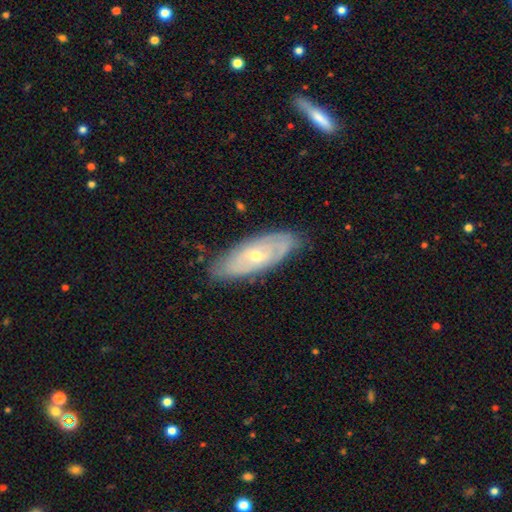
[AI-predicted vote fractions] Smooth or featured?
  - featured or disk: 72% *
  - smooth: 22%
  - star or artifact: 6%
Edge-on disk?
  - no: 84% *
  - yes: 16%
Bar?
  - no: 60% *
  - weak: 31%
  - strong: 8%
Spiral arms?
  - yes: 76% *
  - no: 24%
Bulge size?
  - small: 53% *
  - moderate: 44%
  - large: 1%
  - none: 1%
  - dominant: 1%
Merging?
  - none: 78% *
  - minor disturbance: 17%
  - major disturbance: 4%
  - merger: 1%